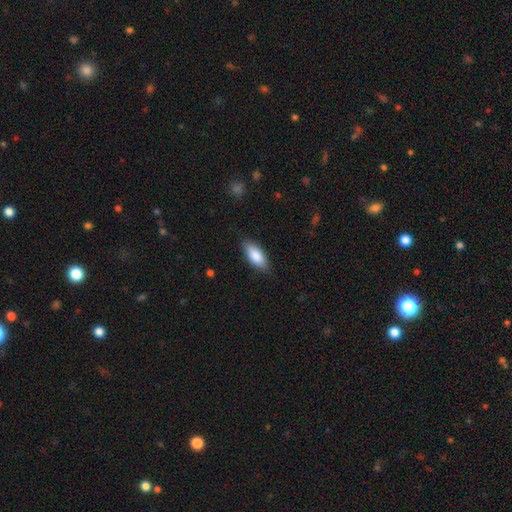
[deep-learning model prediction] A smooth galaxy with no disk features (85%) that is in between round and cigar-shaped (85%). Merging: none (82%).